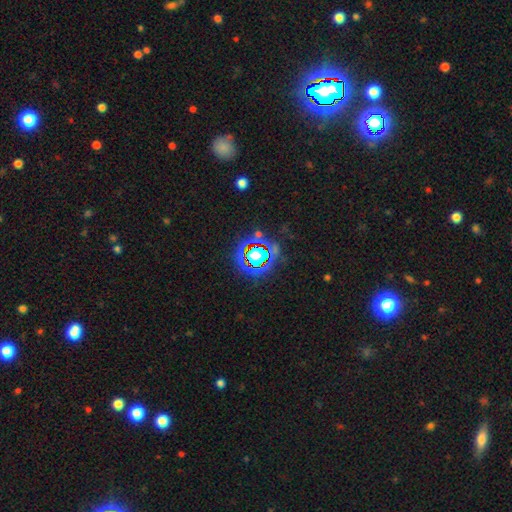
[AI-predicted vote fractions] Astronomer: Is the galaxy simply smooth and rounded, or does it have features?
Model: star or artifact — 77%.